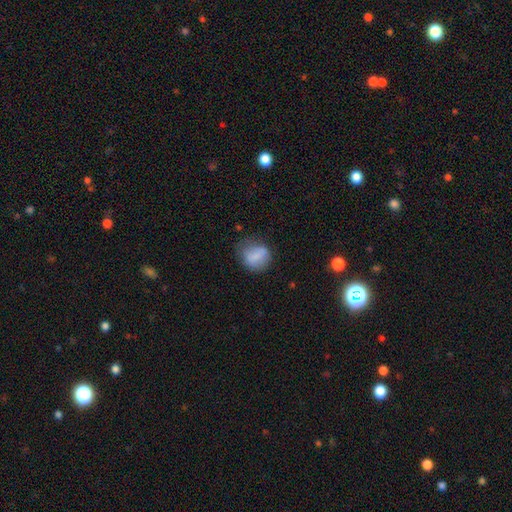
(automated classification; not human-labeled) Q: Smooth or featured?
A: smooth (76%); runner-up: featured or disk (15%)
Q: How rounded?
A: round (62%); runner-up: in between (37%)
Q: Merging?
A: none (60%); runner-up: minor disturbance (26%)